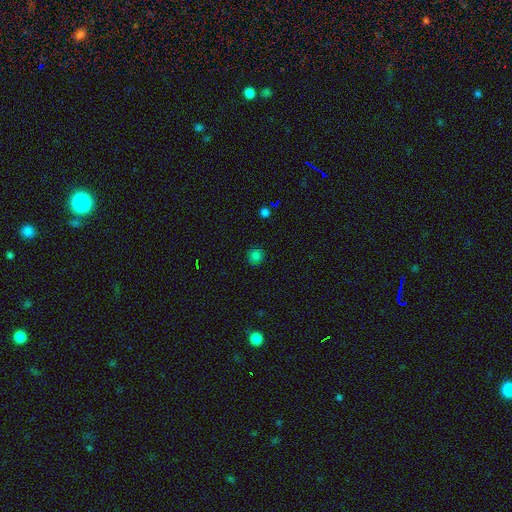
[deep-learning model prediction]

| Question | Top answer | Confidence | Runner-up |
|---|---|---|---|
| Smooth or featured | smooth | 80% | star or artifact (16%) |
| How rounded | round | 93% | in between (6%) |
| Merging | none | 90% | minor disturbance (7%) |